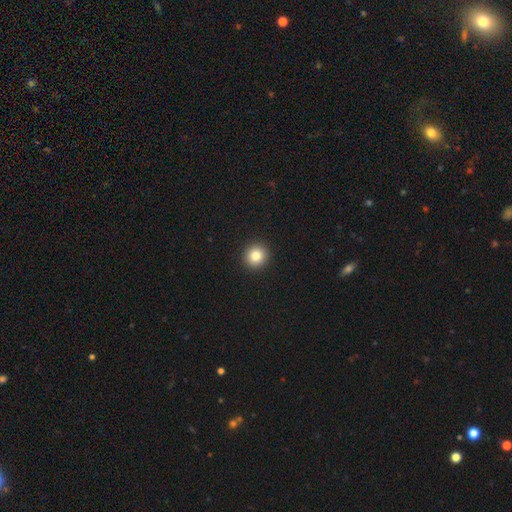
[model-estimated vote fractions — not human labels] Overall: smooth (83%). How rounded: round (93%). Merging: none (93%).